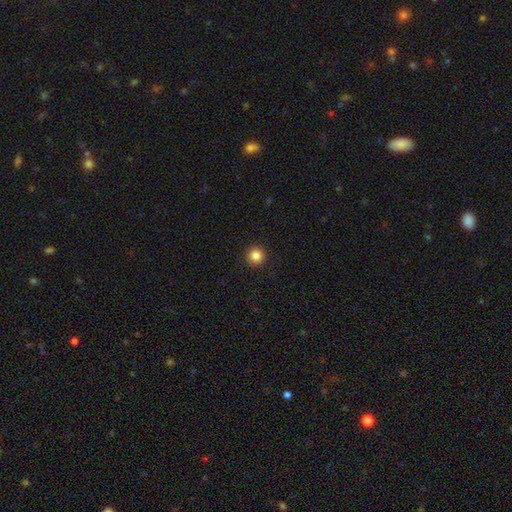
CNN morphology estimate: This appears to be a smooth galaxy with no disk features (85%) that is round (96%). Merging: none (93%).